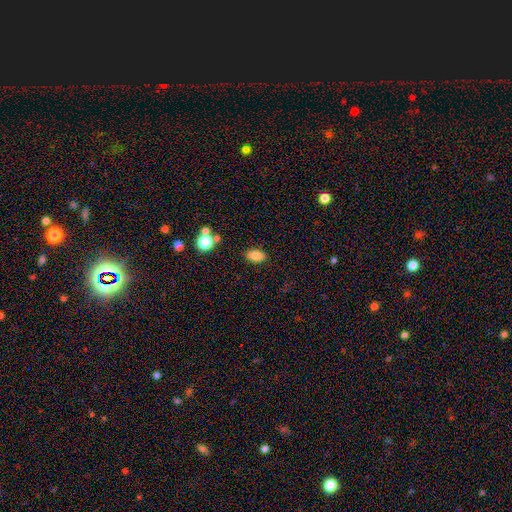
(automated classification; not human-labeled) Morphology: type=smooth (84%); roundness=in between (89%); merging=none (85%).